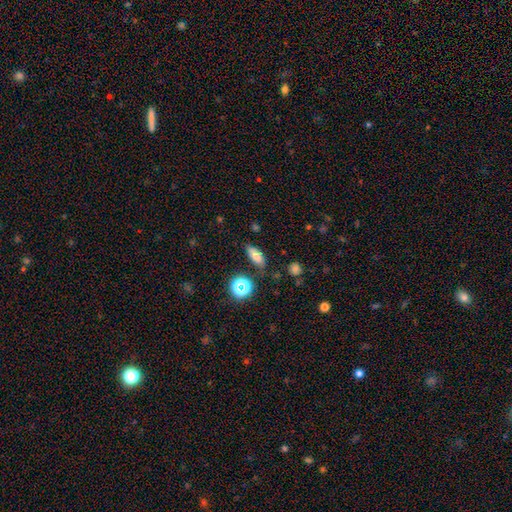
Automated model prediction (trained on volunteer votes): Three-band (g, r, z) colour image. It shows a smooth galaxy with no disk features (74%) that is in between round and cigar-shaped (73%). Merging: none (73%).